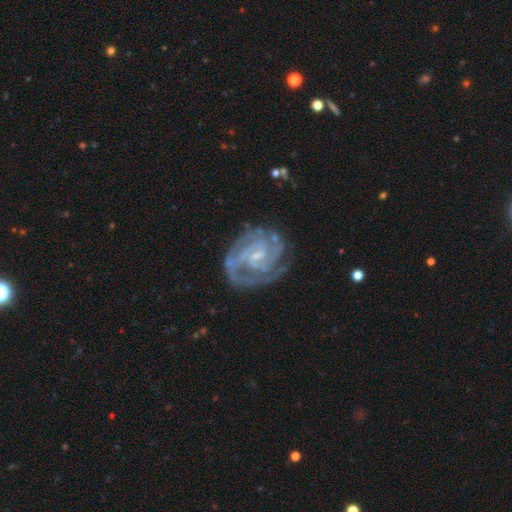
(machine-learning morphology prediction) The model was most divided on "spiral arm count": 2: 34%, 3: 28%, can't tell: 19%, 4: 9%, 1: 5%, more than 4: 5%. More confident: edge-on disk — no (98%); spiral arms — yes (97%); smooth or featured — featured or disk (89%); merging — none (71%); spiral winding — tight (66%); bulge size — small (64%); bar — weak (51%).